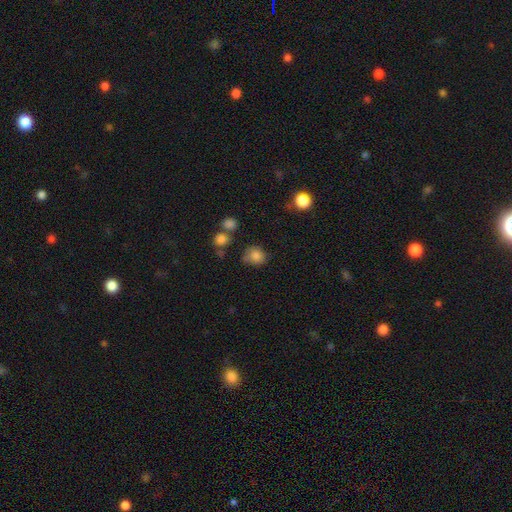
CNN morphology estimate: Overall: smooth (82%). How rounded: round (69%; in between 30%). Merging: none (59%; minor disturbance 26%).